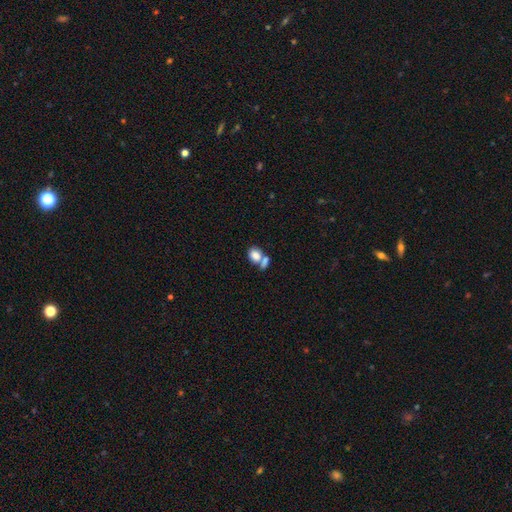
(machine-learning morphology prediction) Overall: smooth (80%). How rounded: in between (62%; round 36%). Merging: merger (50%; none 36%).